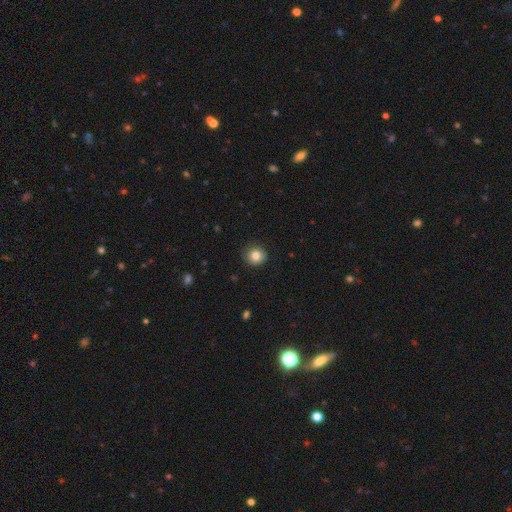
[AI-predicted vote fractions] Morphology: type=smooth (82%); roundness=round (88%); merging=none (82%).